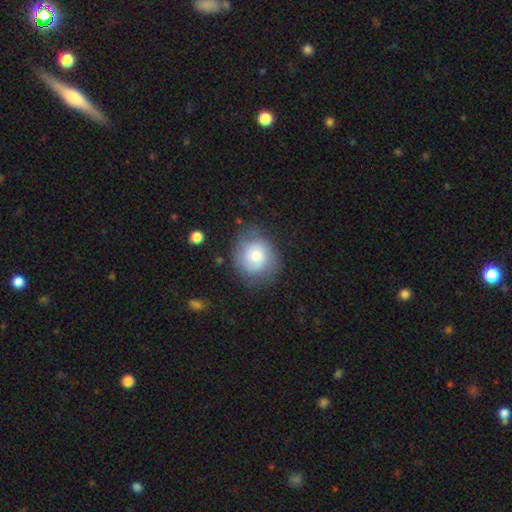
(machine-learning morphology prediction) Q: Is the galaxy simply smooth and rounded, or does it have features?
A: smooth — 57%.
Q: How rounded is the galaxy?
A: round — 82%.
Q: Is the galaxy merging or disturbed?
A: none — 73%.